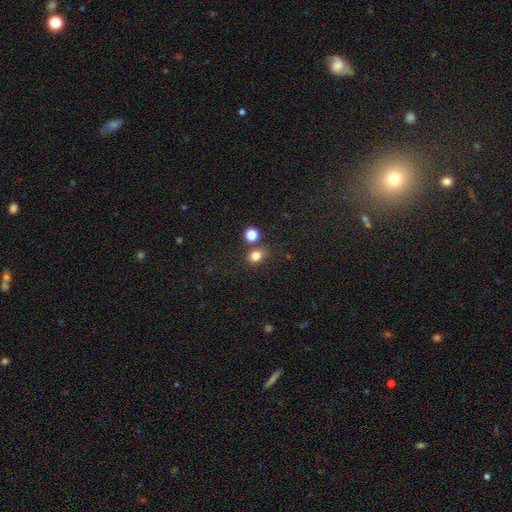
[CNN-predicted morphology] Smooth or featured? Predicted: smooth (p=0.80). How rounded? Predicted: round (p=0.58). Merging? Predicted: none (p=0.72).